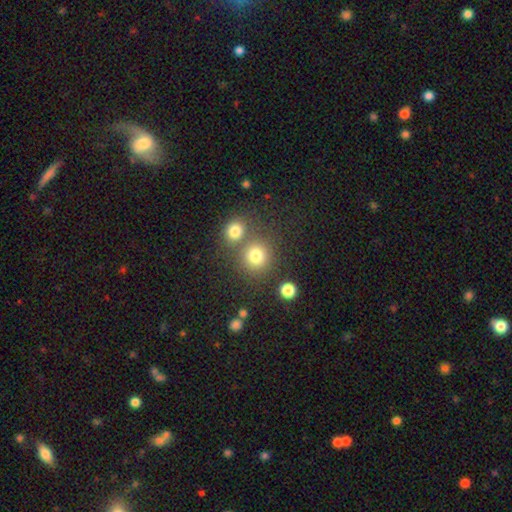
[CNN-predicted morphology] A smooth galaxy with no disk features (78%) that is round (88%).

Vote fractions:
- Smooth or featured? smooth: 78% / star or artifact: 14% / featured or disk: 8%
- How rounded? round: 88% / in between: 11% / cigar-shaped: 1%
- Merging? none: 63% / merger: 25% / minor disturbance: 8% / major disturbance: 4%